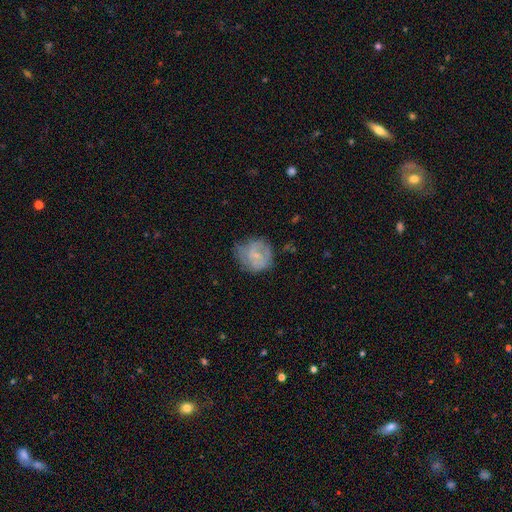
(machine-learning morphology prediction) The model was most divided on "smooth or featured": smooth: 47%, featured or disk: 44%, star or artifact: 9%. More confident: merging — none (51%).